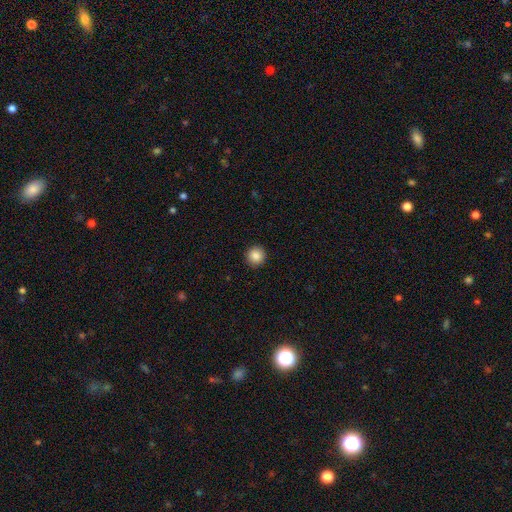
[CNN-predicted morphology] smooth-or-featured: smooth: 87% | star or artifact: 9% | featured or disk: 4%
  how-rounded: round: 95% | in between: 4% | cigar-shaped: 1%
  merging: none: 93% | minor disturbance: 5% | major disturbance: 2% | merger: 1%